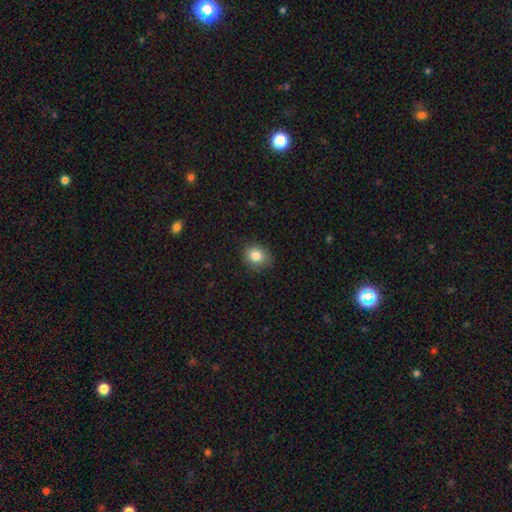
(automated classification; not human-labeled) A smooth galaxy with no disk features (83%) that is round (61%). Merging: none (80%).